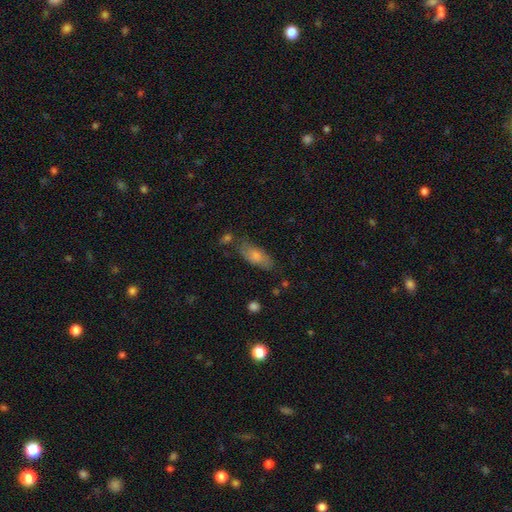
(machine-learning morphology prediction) Smooth or featured?
  - smooth: 73% *
  - featured or disk: 20%
  - star or artifact: 7%
How rounded?
  - in between: 76% *
  - cigar-shaped: 21%
  - round: 3%
Merging?
  - none: 66% *
  - minor disturbance: 21%
  - merger: 6%
  - major disturbance: 6%